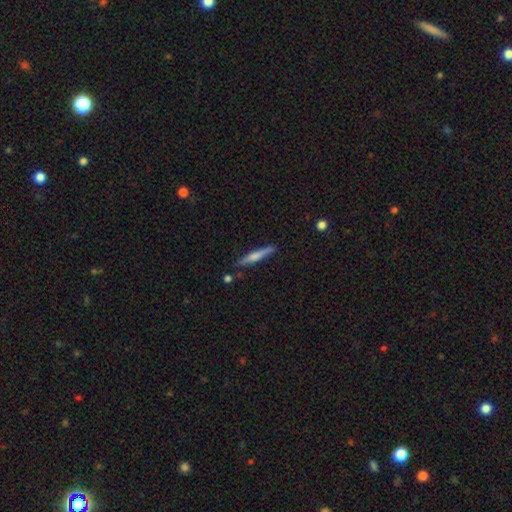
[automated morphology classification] Smooth or featured?
  - smooth: 59% *
  - featured or disk: 35%
  - star or artifact: 6%
How rounded?
  - cigar-shaped: 94% *
  - in between: 5%
  - round: 2%
Merging?
  - none: 82% *
  - minor disturbance: 12%
  - merger: 3%
  - major disturbance: 2%